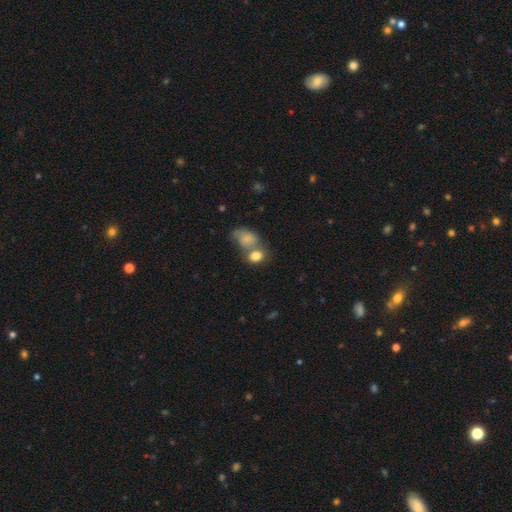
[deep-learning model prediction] A smooth galaxy with no disk features (81%) that is in between round and cigar-shaped (63%). Merging: merger (49%).